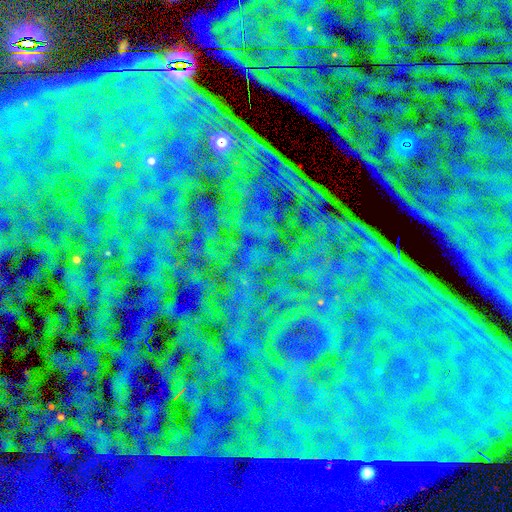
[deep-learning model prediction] This appears to be a star or artifact, not a galaxy (87%).